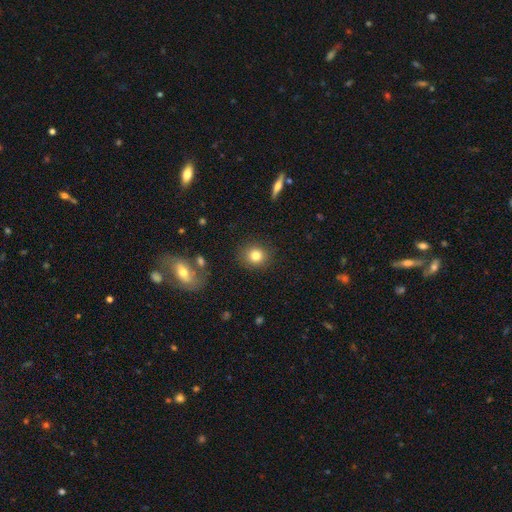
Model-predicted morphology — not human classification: Smooth or featured?
  - smooth: 81% *
  - star or artifact: 11%
  - featured or disk: 8%
How rounded?
  - round: 86% *
  - in between: 13%
  - cigar-shaped: 1%
Merging?
  - none: 88% *
  - minor disturbance: 8%
  - major disturbance: 3%
  - merger: 2%